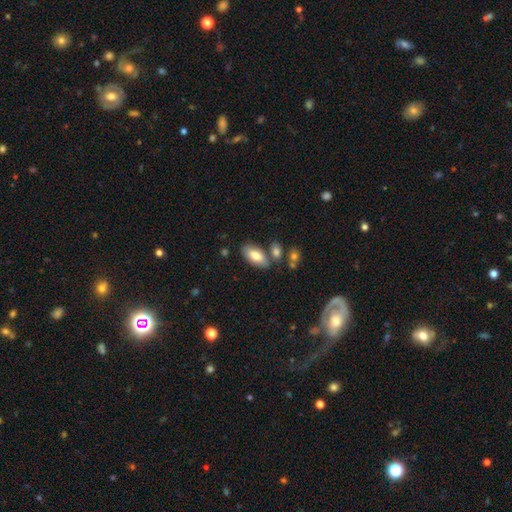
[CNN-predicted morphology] Overall: smooth (78%). How rounded: in between (92%). Merging: none (72%).